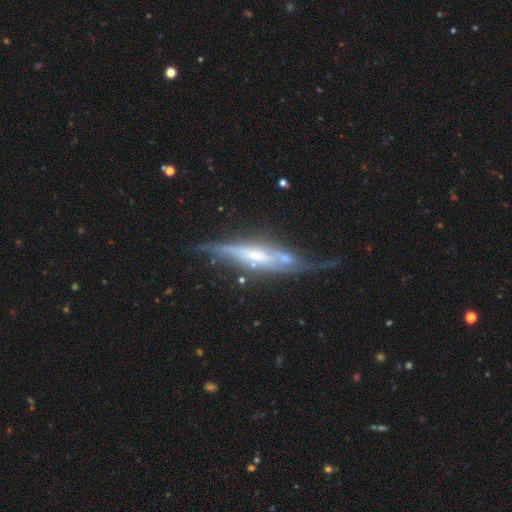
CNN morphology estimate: The model was most divided on "edge-on bulge": rounded: 46%, none: 29%, boxy: 25%. More confident: smooth or featured — featured or disk (82%); edge-on disk — yes (81%); merging — none (50%).